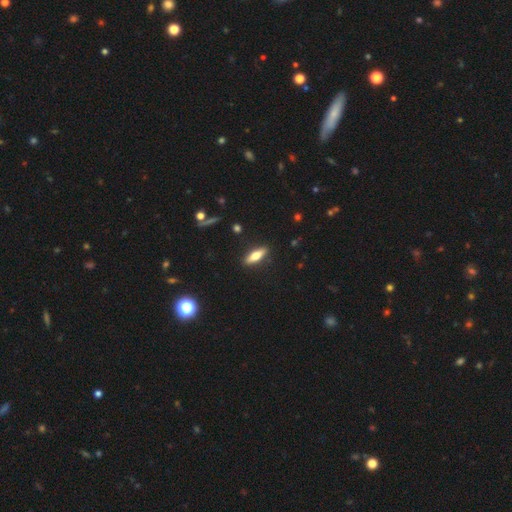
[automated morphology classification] Smooth or featured: smooth — 58% (featured or disk — 35%)
How rounded: cigar-shaped — 53% (in between — 44%)
Merging: none — 88% (minor disturbance — 8%)